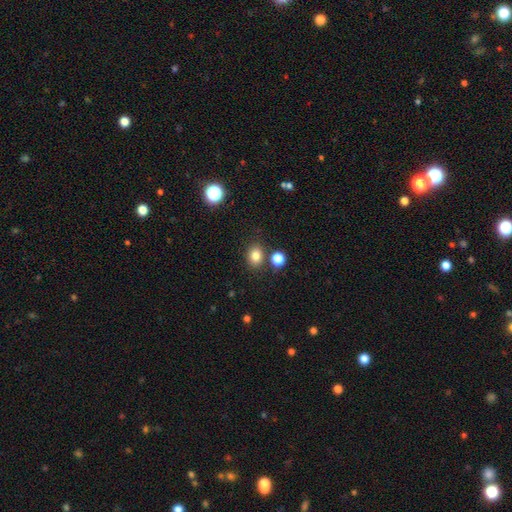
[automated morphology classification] Smooth or featured? smooth (82%)
How rounded? round (55%)
Merging? none (79%)